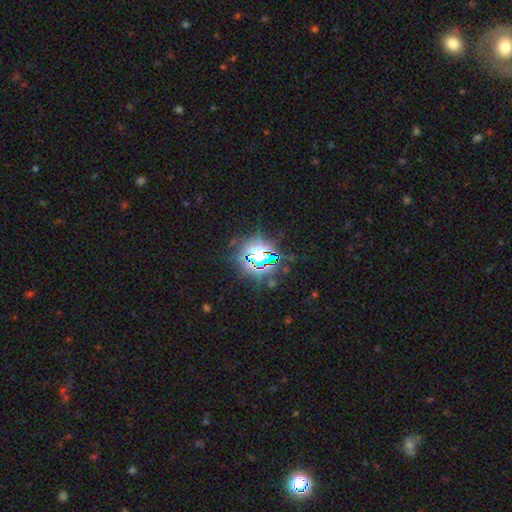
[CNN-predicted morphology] Q: Smooth or featured?
A: star or artifact (77%); runner-up: smooth (13%)